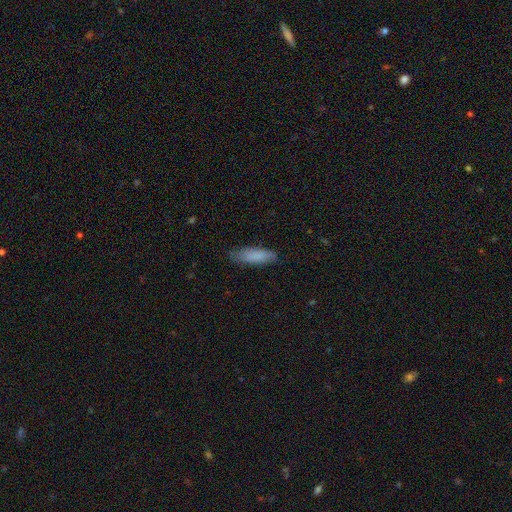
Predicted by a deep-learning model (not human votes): Smooth or featured: smooth — 85% (featured or disk — 9%)
How rounded: cigar-shaped — 54% (in between — 44%)
Merging: none — 81% (minor disturbance — 16%)